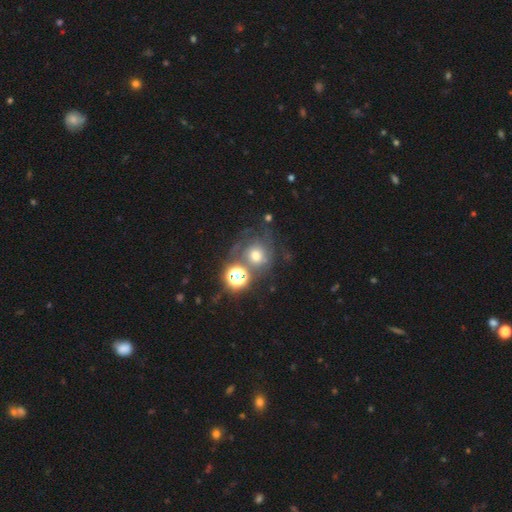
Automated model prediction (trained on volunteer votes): smooth 43%, featured or disk 31%, star or artifact 26%. Down the decision tree: merging — none (47%).